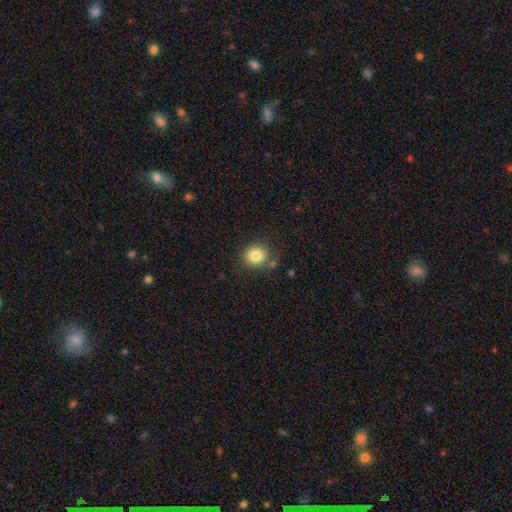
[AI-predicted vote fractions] A smooth galaxy with no disk features (84%) that is round (82%). Merging: none (81%).